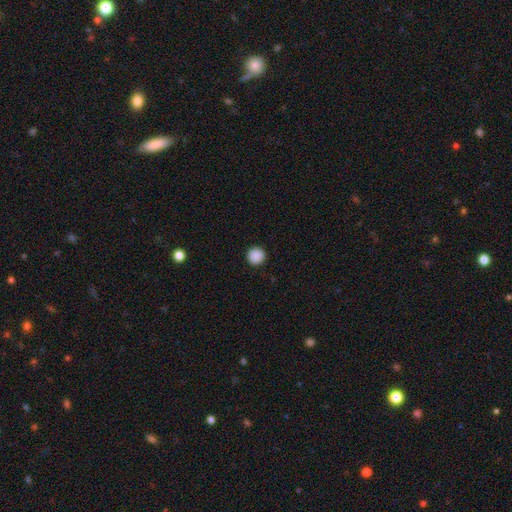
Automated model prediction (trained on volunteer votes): The model was most divided on "smooth or featured": smooth: 89%, star or artifact: 9%, featured or disk: 2%. More confident: how rounded — round (95%); merging — none (93%).